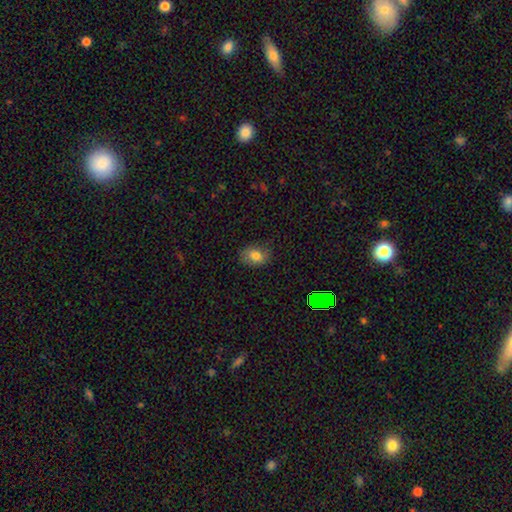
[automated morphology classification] Q: Smooth or featured?
A: smooth (79%); runner-up: featured or disk (11%)
Q: How rounded?
A: in between (75%); runner-up: round (24%)
Q: Merging?
A: none (75%); runner-up: minor disturbance (19%)